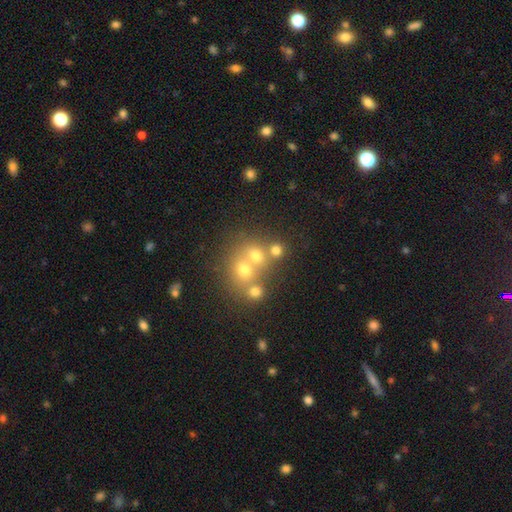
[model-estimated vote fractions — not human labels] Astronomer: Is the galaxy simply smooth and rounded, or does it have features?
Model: smooth — 64%.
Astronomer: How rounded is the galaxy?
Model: round — 76%.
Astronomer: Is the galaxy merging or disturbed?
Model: none — 44%, tied with merger at 44%.